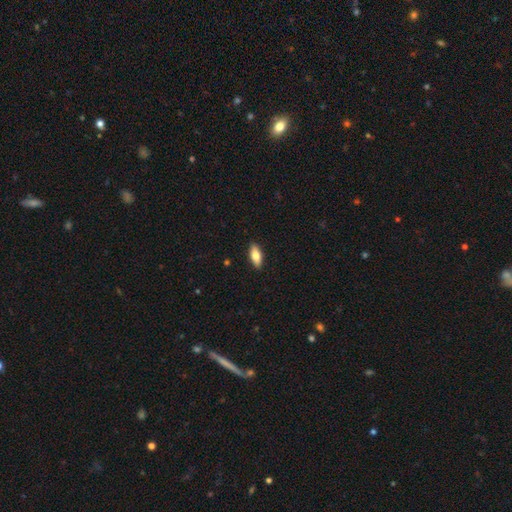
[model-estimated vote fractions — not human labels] Overall: smooth (73%). How rounded: in between (77%). Merging: none (89%).